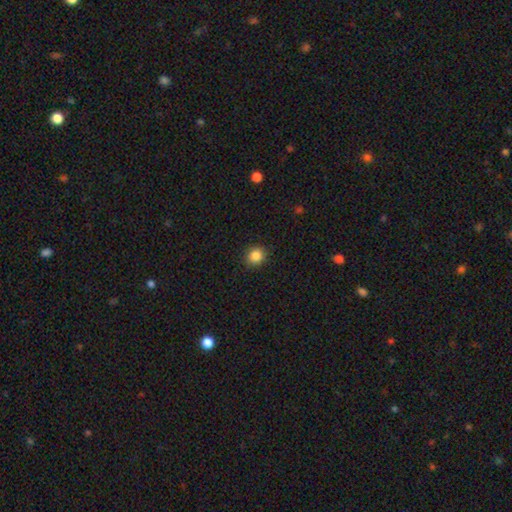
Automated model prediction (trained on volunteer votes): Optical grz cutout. It shows a smooth galaxy with no disk features (85%) that is round (84%). Merging: none (90%).